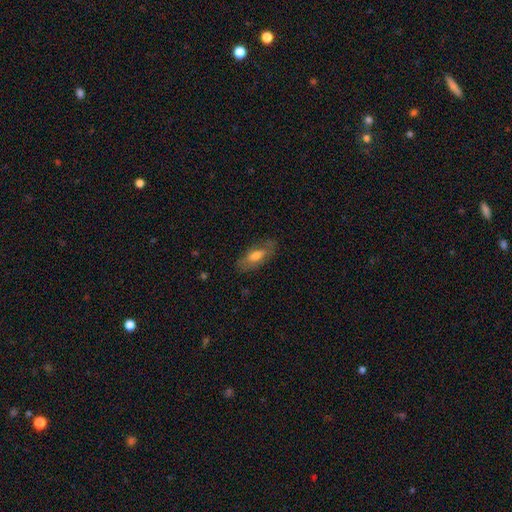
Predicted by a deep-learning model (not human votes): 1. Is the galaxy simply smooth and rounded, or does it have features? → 59% smooth, 33% featured or disk, 7% star or artifact.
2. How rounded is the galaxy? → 80% in between, 17% cigar-shaped, 3% round.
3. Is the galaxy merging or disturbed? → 75% none, 18% minor disturbance, 6% major disturbance, 1% merger.